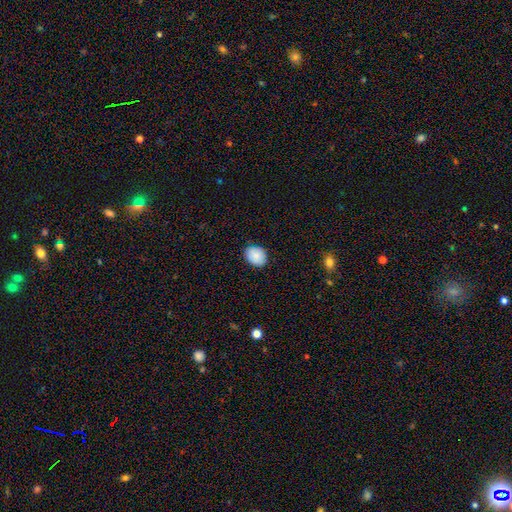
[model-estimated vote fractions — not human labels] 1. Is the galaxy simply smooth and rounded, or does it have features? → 88% smooth, 7% star or artifact, 5% featured or disk.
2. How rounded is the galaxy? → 50% round, 49% in between, 1% cigar-shaped.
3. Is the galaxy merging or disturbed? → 85% none, 12% minor disturbance, 2% major disturbance, 1% merger.